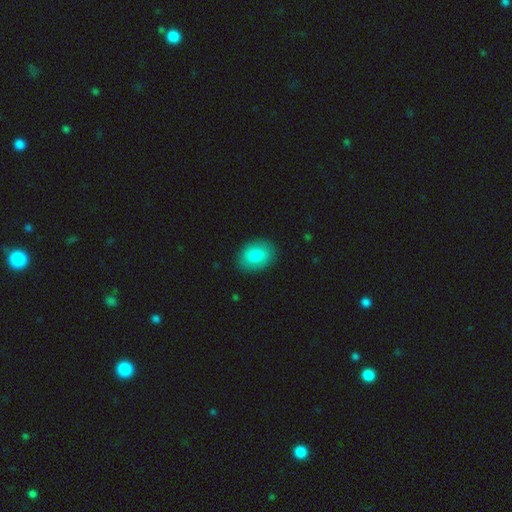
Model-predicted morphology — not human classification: Smooth or featured: smooth — 81% (featured or disk — 12%)
How rounded: in between — 74% (round — 25%)
Merging: none — 87% (minor disturbance — 10%)